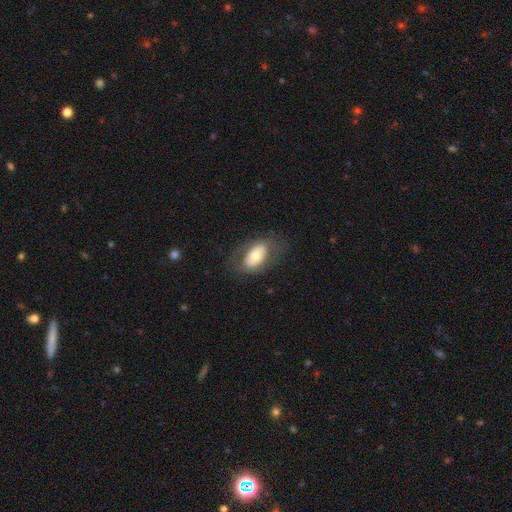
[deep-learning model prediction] Q: Smooth or featured?
A: smooth (58%); runner-up: featured or disk (35%)
Q: How rounded?
A: in between (90%); runner-up: round (8%)
Q: Merging?
A: none (71%); runner-up: minor disturbance (17%)